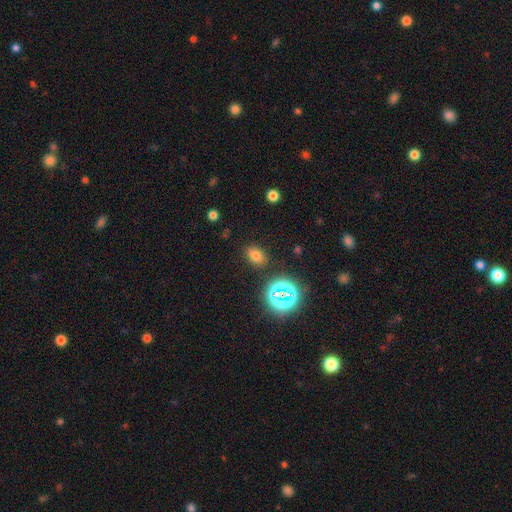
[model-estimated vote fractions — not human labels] A smooth galaxy with no disk features (70%) that is in between round and cigar-shaped (77%). Merging: none (84%).